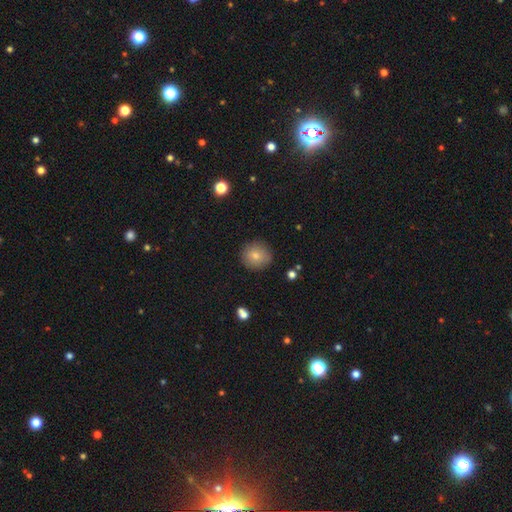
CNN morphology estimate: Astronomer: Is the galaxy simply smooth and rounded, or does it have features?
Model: smooth — 78%.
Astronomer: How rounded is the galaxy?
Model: round — 91%.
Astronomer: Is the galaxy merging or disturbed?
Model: none — 87%.